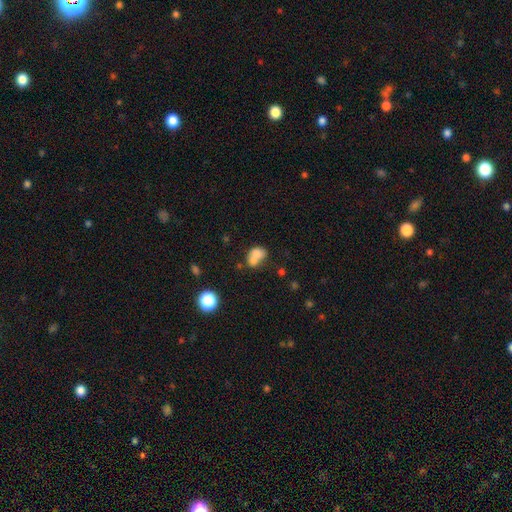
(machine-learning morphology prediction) Smooth or featured? smooth (71%)
How rounded? in between (59%)
Merging? merger (62%)